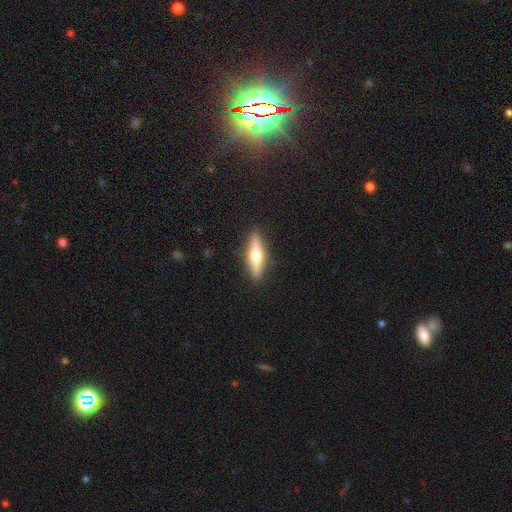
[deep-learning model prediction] A featured or disk galaxy (47%, tied with smooth).

Vote fractions:
- Smooth or featured? featured or disk: 47% (tied) / smooth: 47% (tied) / star or artifact: 6%
- Merging? none: 90% / minor disturbance: 7% / major disturbance: 2% / merger: 1%